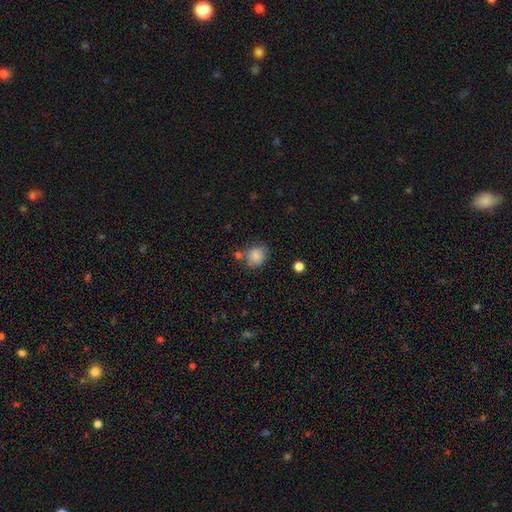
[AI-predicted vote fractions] smooth_or_featured: smooth (p=0.82) [alt: star or artifact p=0.09]
how_rounded: round (p=0.64) [alt: in between p=0.35]
merging: none (p=0.62) [alt: minor disturbance p=0.21]